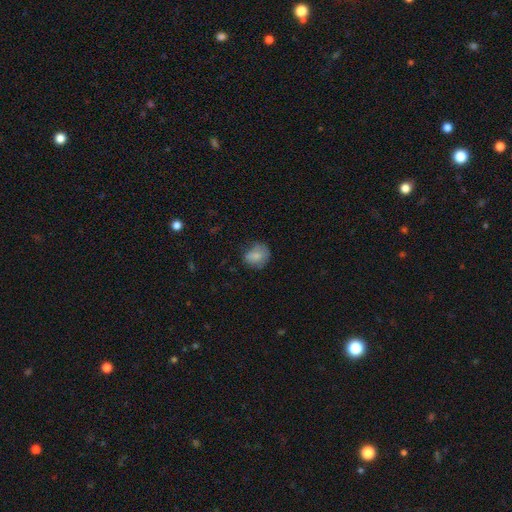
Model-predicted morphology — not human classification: Smooth or featured? smooth (77%)
How rounded? round (61%)
Merging? none (60%)